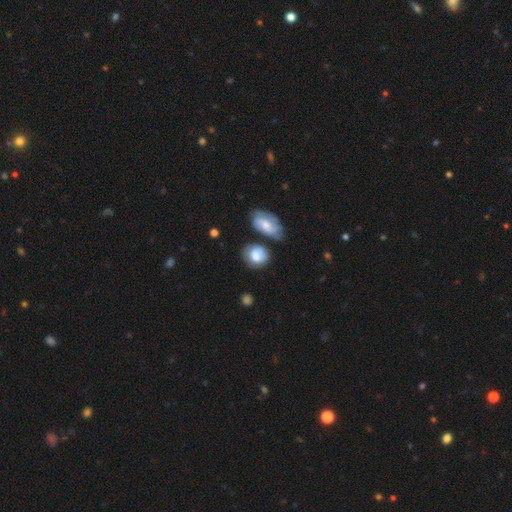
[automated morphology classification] Q: Smooth or featured?
A: smooth (74%); runner-up: featured or disk (19%)
Q: How rounded?
A: round (56%); runner-up: in between (43%)
Q: Merging?
A: none (53%); runner-up: minor disturbance (23%)